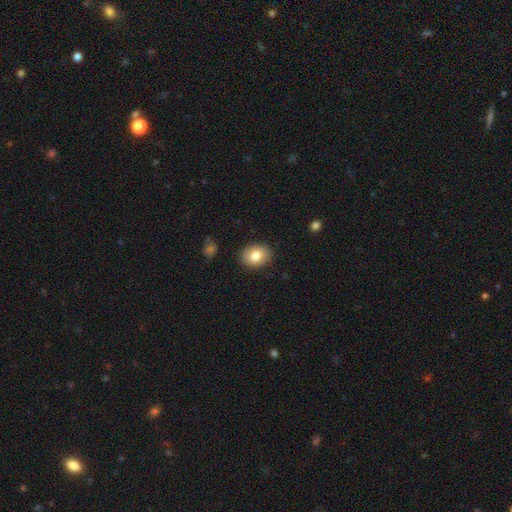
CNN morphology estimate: type=smooth (81%); roundness=in between (55%); merging=none (88%).